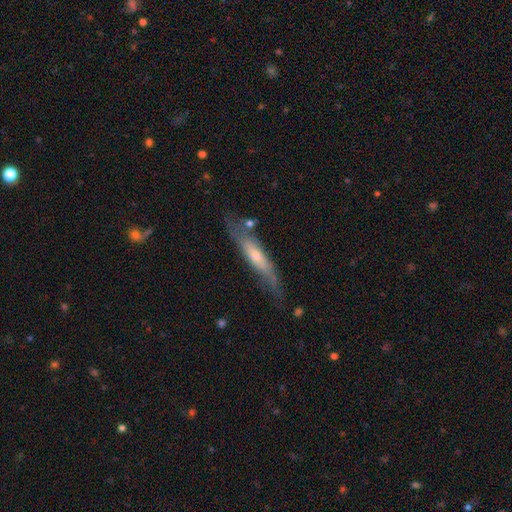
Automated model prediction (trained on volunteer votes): Q: Smooth or featured?
A: featured or disk (54%); runner-up: smooth (40%)
Q: Edge-on disk?
A: yes (65%); runner-up: no (35%)
Q: Merging?
A: none (61%); runner-up: minor disturbance (24%)